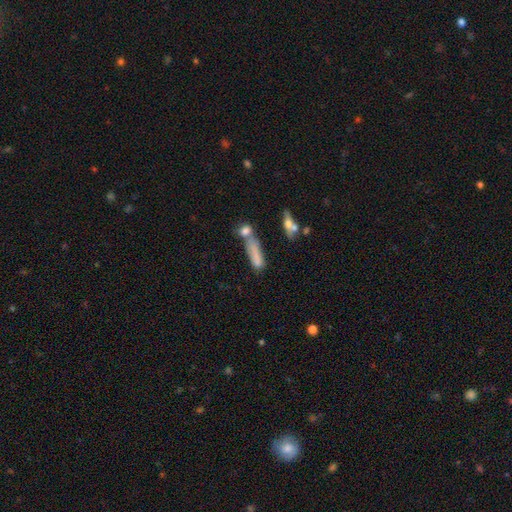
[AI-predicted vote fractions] smooth 72%, featured or disk 18%, star or artifact 10%. Down the decision tree: how rounded — cigar-shaped (57%); merging — merger (37%).